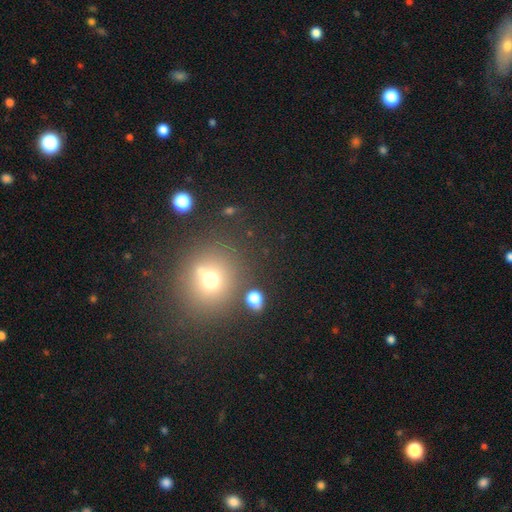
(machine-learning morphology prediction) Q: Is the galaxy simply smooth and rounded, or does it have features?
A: smooth — 56%.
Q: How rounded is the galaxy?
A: round — 81%.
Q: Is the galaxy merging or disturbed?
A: none — 86%.